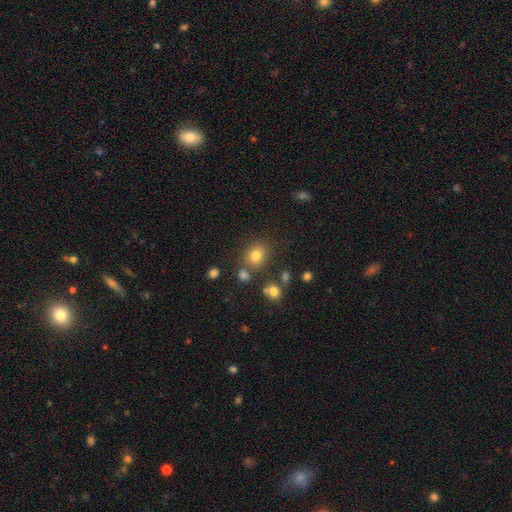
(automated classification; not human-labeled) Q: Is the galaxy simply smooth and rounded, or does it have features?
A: smooth — 78%.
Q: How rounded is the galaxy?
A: round — 71%.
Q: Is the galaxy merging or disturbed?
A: none — 75%.